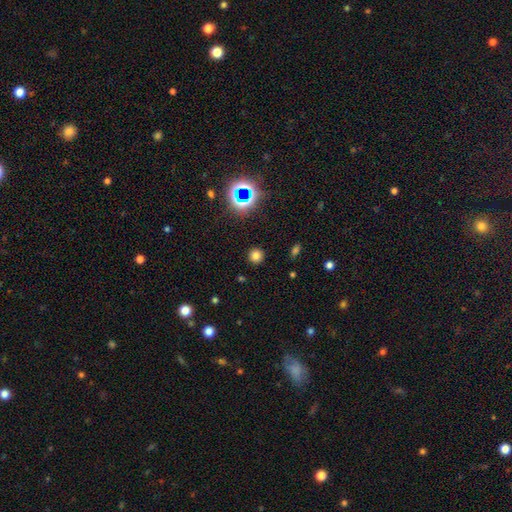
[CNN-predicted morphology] Smooth or featured? smooth (74%)
How rounded? round (94%)
Merging? none (91%)